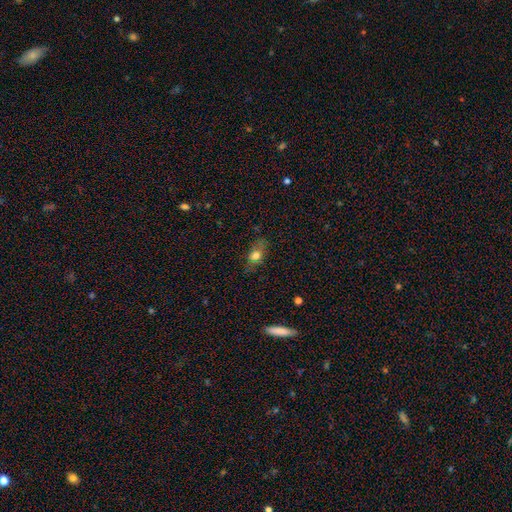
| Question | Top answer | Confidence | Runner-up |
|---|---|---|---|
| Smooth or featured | smooth | 71% | featured or disk (18%) |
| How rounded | in between | 70% | round (22%) |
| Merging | none | 47% | minor disturbance (29%) |